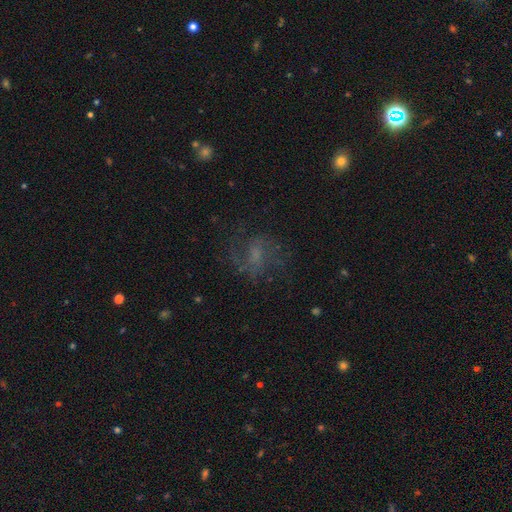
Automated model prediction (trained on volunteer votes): A featured or disk galaxy (60%) with no bar (46%), spiral arms (82%) and a small central bulge (34%).

Vote fractions:
- Smooth or featured? featured or disk: 60% / smooth: 24% / star or artifact: 16%
- Edge-on disk? no: 97% / yes: 3%
- Bar? no: 46% / weak: 44% / strong: 10%
- Spiral arms? yes: 82% / no: 18%
- Bulge size? small: 34% / none: 30% / moderate: 28% / large: 6% / dominant: 1%
- Merging? none: 61% / major disturbance: 20% / minor disturbance: 18% / merger: 2%